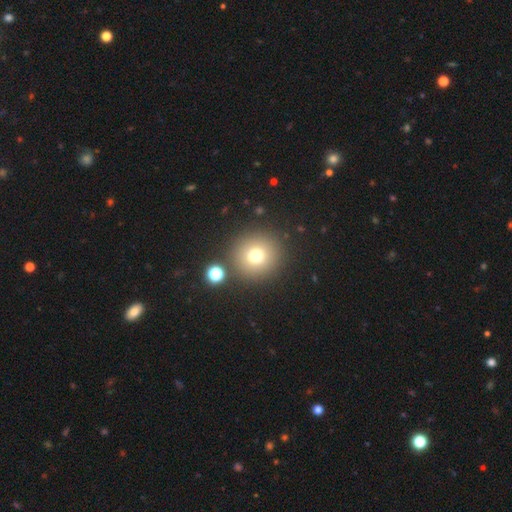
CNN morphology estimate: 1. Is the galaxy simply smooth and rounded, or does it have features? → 73% smooth, 16% star or artifact, 11% featured or disk.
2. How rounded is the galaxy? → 94% round, 5% in between, 1% cigar-shaped.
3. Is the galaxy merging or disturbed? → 86% none, 6% minor disturbance, 5% merger, 3% major disturbance.